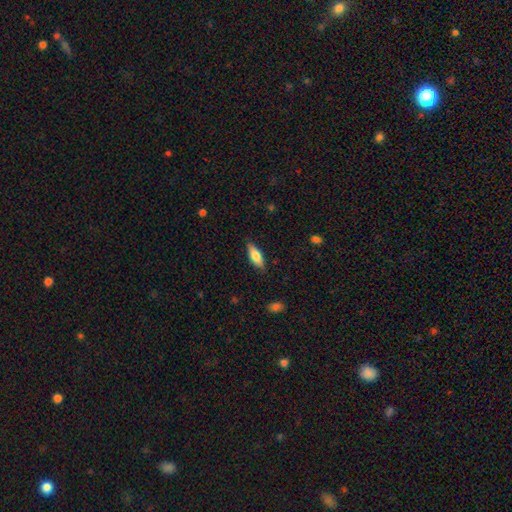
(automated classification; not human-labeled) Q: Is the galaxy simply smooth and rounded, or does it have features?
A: smooth — 66%.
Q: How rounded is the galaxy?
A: in between — 60%.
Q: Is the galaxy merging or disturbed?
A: none — 85%.